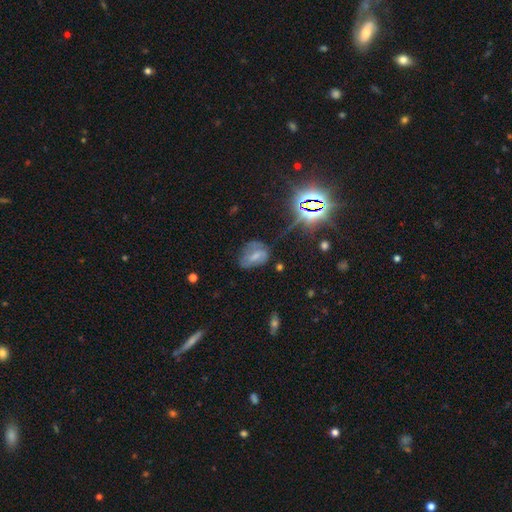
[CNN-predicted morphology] Smooth or featured: smooth — 48% (featured or disk — 33%)
Merging: none — 45% (minor disturbance — 30%)